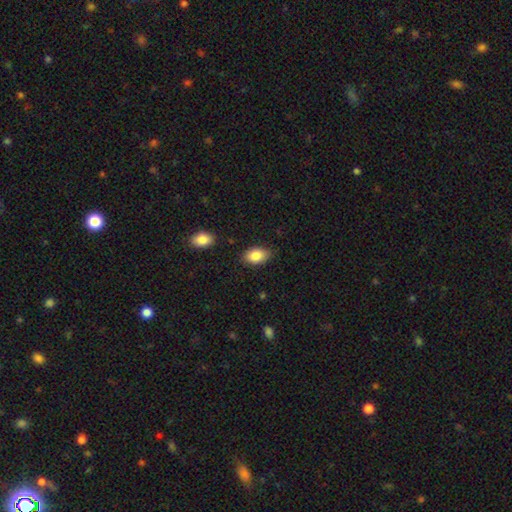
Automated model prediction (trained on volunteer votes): Smooth or featured? Predicted: smooth (p=0.86). How rounded? Predicted: in between (p=0.89). Merging? Predicted: none (p=0.83).